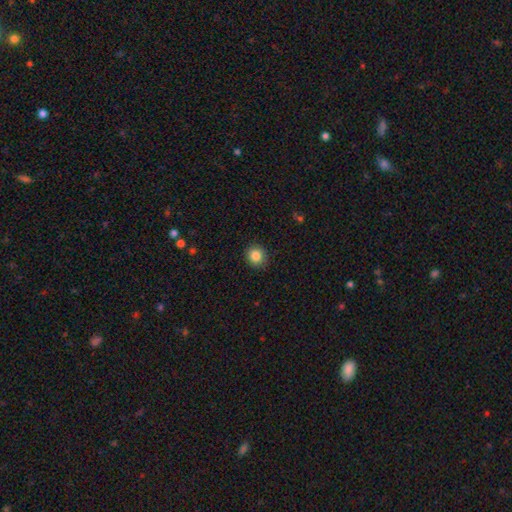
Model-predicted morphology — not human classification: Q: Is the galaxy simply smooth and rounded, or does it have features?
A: smooth — 85%.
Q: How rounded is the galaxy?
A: round — 86%.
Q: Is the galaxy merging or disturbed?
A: none — 88%.